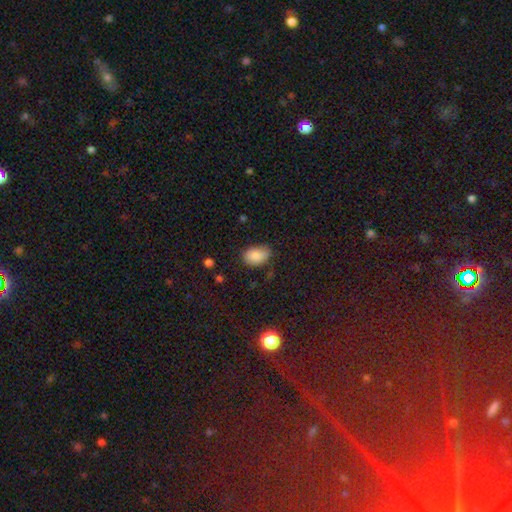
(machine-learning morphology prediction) A smooth galaxy with no disk features (86%) that is in between round and cigar-shaped (85%). Merging: none (68%).